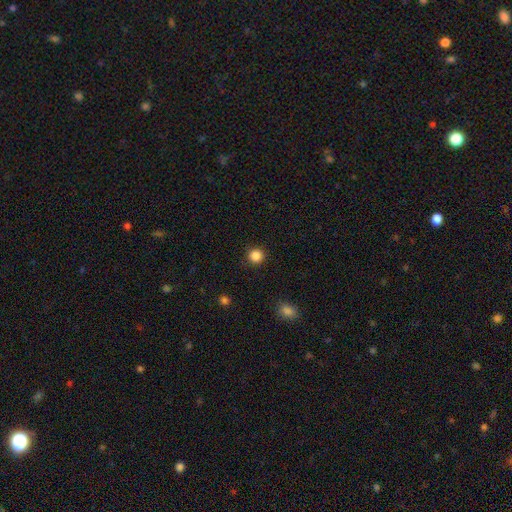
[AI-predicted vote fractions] A smooth galaxy with no disk features (86%) that is round (93%). Merging: none (90%).